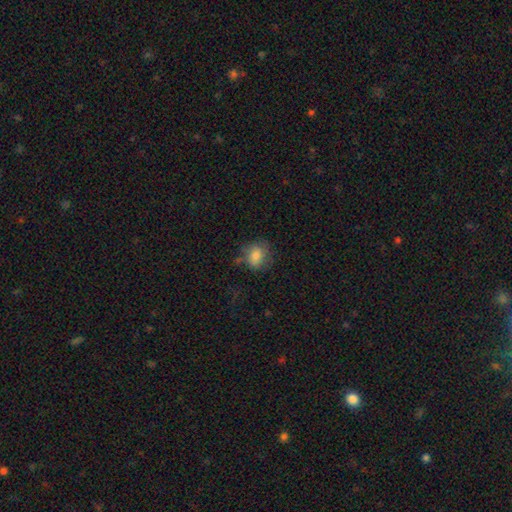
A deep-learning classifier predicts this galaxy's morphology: Smooth or featured? Predicted: smooth (p=0.78). How rounded? Predicted: round (p=0.56). Merging? Predicted: none (p=0.61).